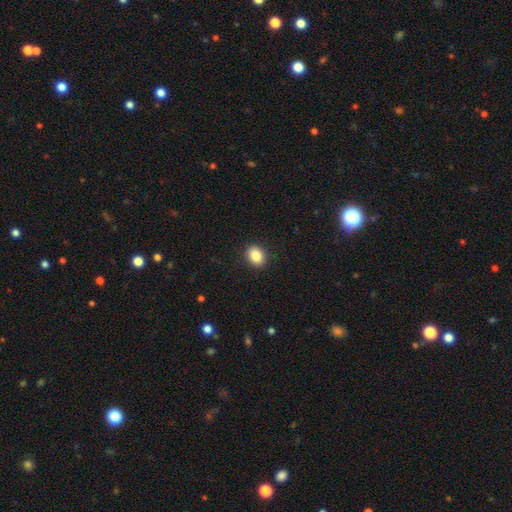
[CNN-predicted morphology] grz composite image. It shows a smooth galaxy with no disk features (86%) that is in between round and cigar-shaped (52%). Merging: none (91%).